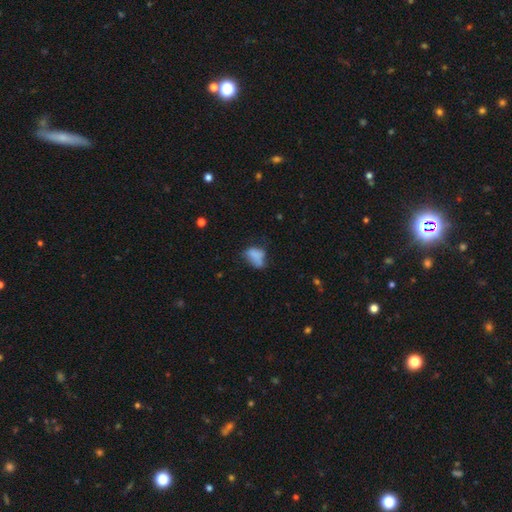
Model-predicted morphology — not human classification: Smooth or featured? Predicted: smooth (p=0.66). How rounded? Predicted: in between (p=0.82). Merging? Predicted: none (p=0.31).